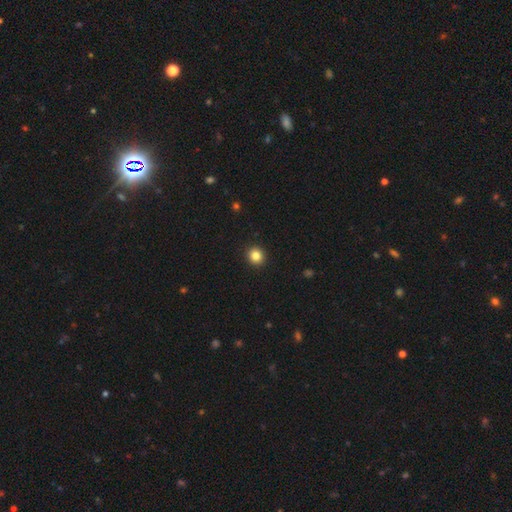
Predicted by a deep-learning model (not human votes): Smooth or featured? Predicted: smooth (p=0.84). How rounded? Predicted: round (p=0.88). Merging? Predicted: none (p=0.93).